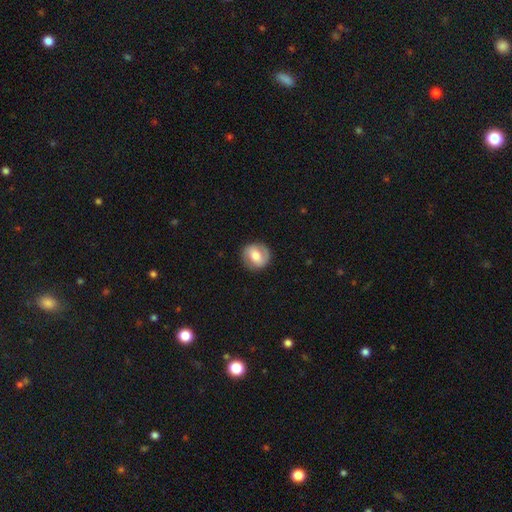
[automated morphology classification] The model was most divided on "smooth or featured": smooth: 52%, featured or disk: 41%, star or artifact: 7%. More confident: merging — none (86%); how rounded — round (82%).